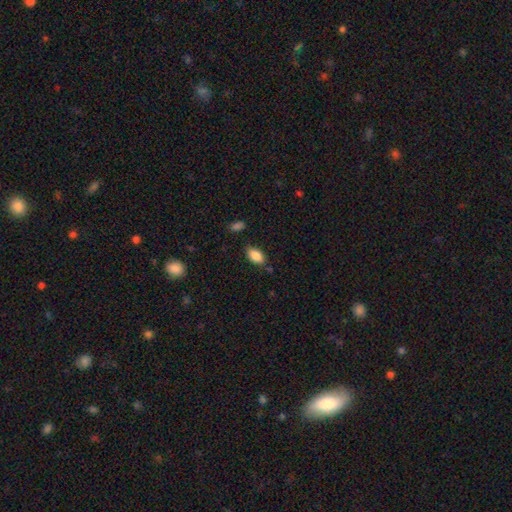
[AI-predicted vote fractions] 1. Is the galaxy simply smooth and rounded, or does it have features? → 87% smooth, 8% star or artifact, 5% featured or disk.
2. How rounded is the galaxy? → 92% in between, 6% round, 2% cigar-shaped.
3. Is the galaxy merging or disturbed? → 79% none, 15% minor disturbance, 3% major disturbance, 3% merger.